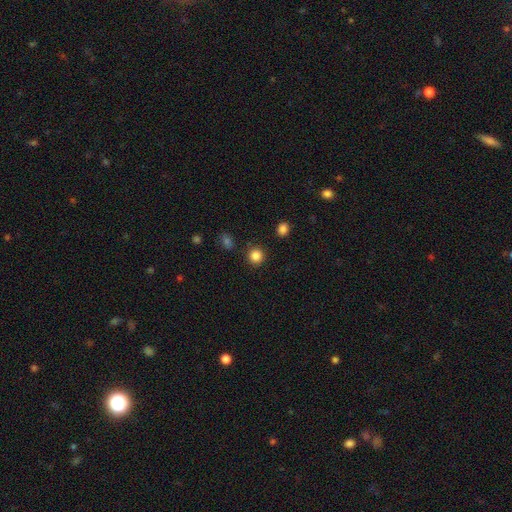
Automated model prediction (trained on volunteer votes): Morphology: type=smooth (85%); roundness=round (92%); merging=none (89%).